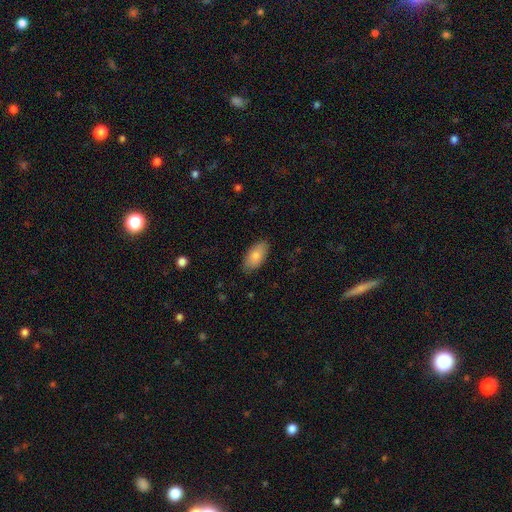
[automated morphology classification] Smooth or featured? smooth (82%)
How rounded? in between (92%)
Merging? none (85%)